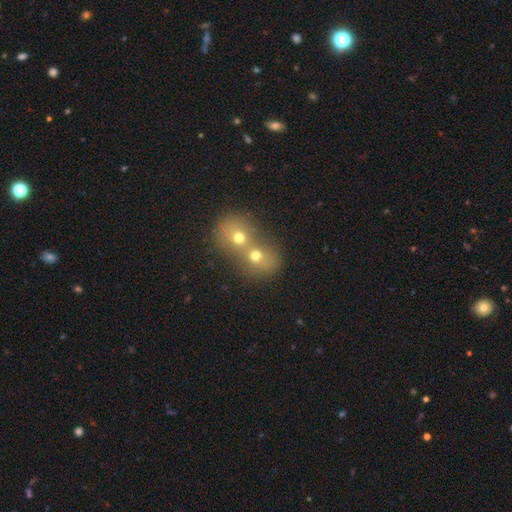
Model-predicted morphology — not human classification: smooth-or-featured: smooth: 65% | featured or disk: 20% | star or artifact: 15%
  how-rounded: round: 71% | in between: 28% | cigar-shaped: 1%
  merging: merger: 72% | none: 21% | minor disturbance: 4% | major disturbance: 3%